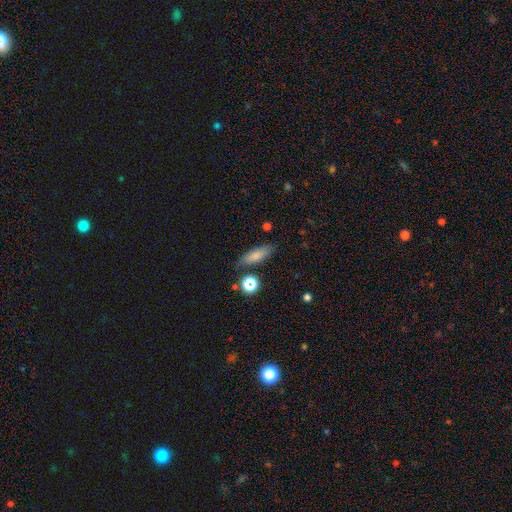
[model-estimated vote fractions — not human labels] A smooth galaxy with no disk features (77%) that is in between round and cigar-shaped (53%). Merging: none (79%).